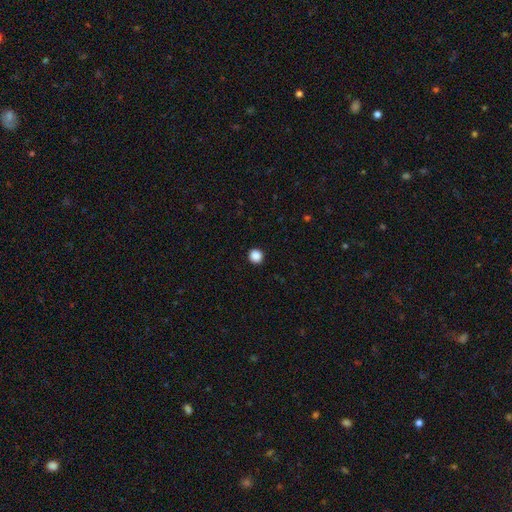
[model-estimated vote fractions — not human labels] This is clearly a smooth galaxy (87%). How rounded: clearly round (94%). Merging: clearly none (93%).